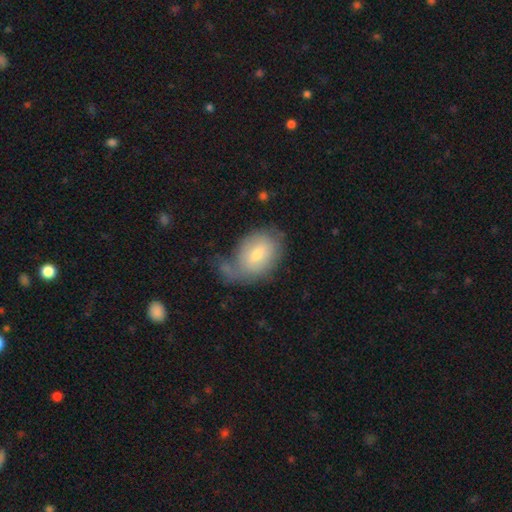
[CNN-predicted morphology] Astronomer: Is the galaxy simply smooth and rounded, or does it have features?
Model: smooth — 62%.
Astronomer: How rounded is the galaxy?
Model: in between — 76%.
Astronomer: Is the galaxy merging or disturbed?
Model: none — 39% (runner-up: minor disturbance, 27%).